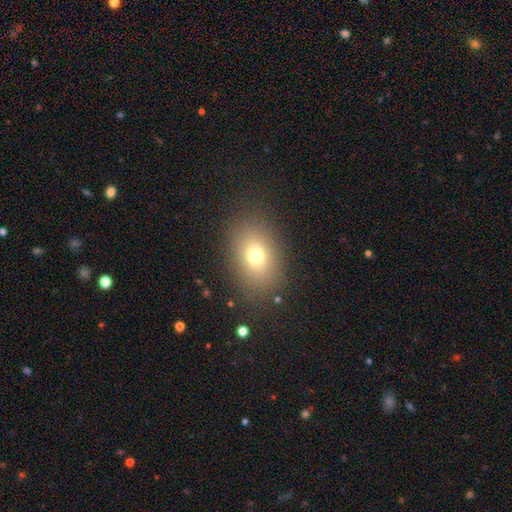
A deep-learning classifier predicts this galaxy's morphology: Overall: smooth (73%). How rounded: in between (76%). Merging: none (84%).